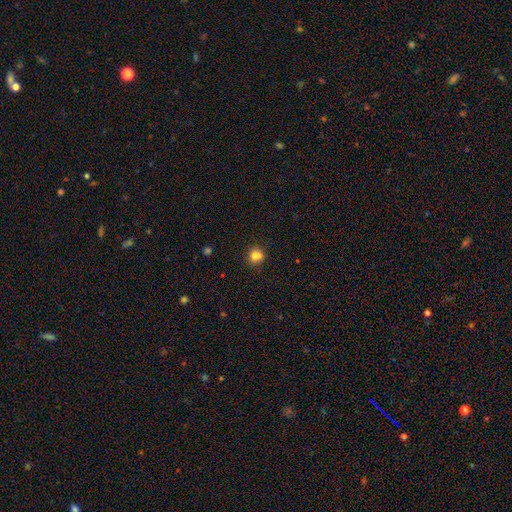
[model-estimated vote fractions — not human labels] Morphology: type=smooth (81%); roundness=round (74%); merging=none (68%).